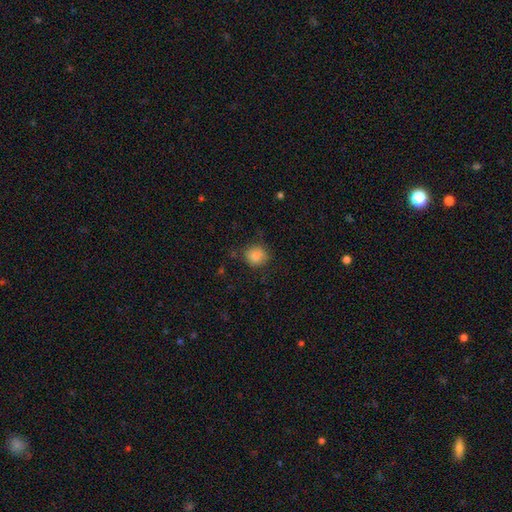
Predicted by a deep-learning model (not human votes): The model was most divided on "merging": none: 76%, minor disturbance: 18%, major disturbance: 4%, merger: 2%. More confident: smooth or featured — smooth (84%); how rounded — round (81%).